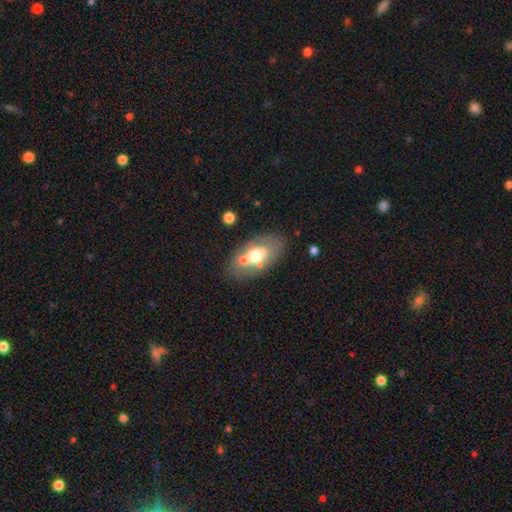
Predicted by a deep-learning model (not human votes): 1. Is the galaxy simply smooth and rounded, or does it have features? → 56% smooth, 36% featured or disk, 8% star or artifact.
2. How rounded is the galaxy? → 89% in between, 9% round, 2% cigar-shaped.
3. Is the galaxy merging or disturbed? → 60% none, 18% merger, 16% minor disturbance, 6% major disturbance.